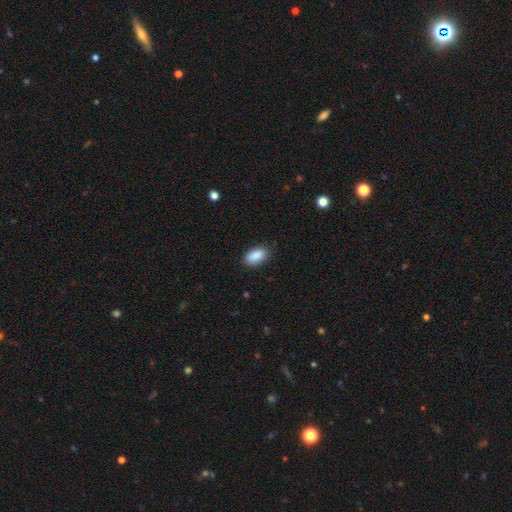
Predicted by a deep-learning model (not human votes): The model was most divided on "merging": none: 86%, minor disturbance: 10%, major disturbance: 2%, merger: 1%. More confident: how rounded — in between (93%); smooth or featured — smooth (90%).